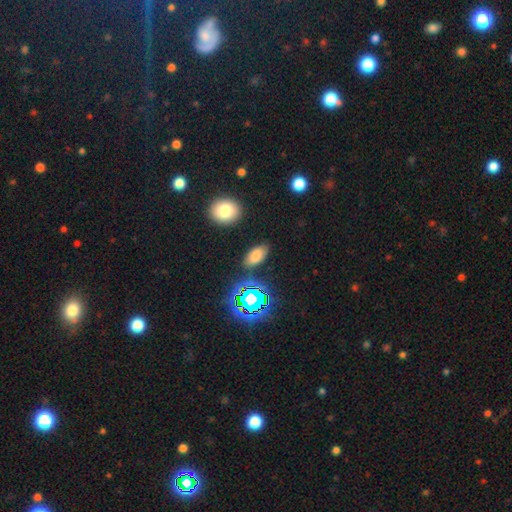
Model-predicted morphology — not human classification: This appears to be a smooth galaxy with no disk features (72%) that is in between round and cigar-shaped (90%). Merging: none (84%).